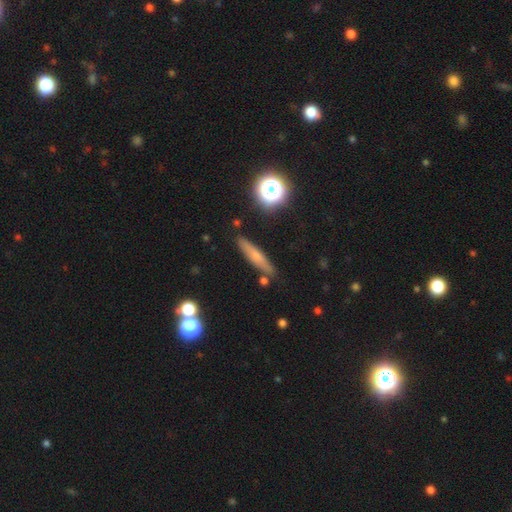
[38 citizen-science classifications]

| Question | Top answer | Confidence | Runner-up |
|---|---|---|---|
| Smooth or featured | smooth | 63% | featured or disk (29%) |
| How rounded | cigar-shaped | 79% | in between (12%) |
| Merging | none | 80% | minor disturbance (9%) |